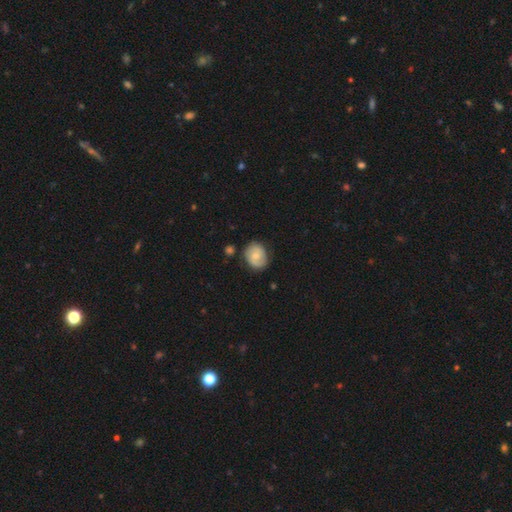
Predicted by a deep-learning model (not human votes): Smooth or featured? Predicted: featured or disk (p=0.51). Edge-on disk? Predicted: no (p=0.97). Merging? Predicted: none (p=0.78).